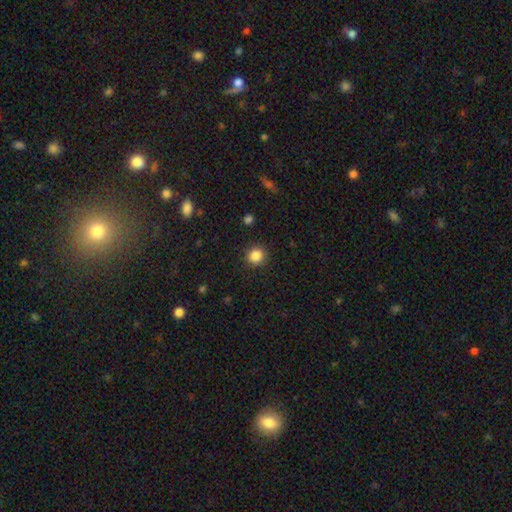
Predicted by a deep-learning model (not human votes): Morphology: type=smooth (86%); roundness=round (88%); merging=none (90%).